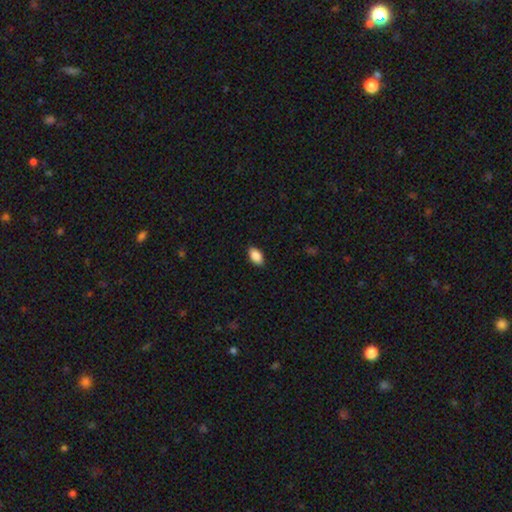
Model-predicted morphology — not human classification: This appears to be a smooth galaxy with no disk features (89%) that is in between round and cigar-shaped (93%). Merging: none (88%).